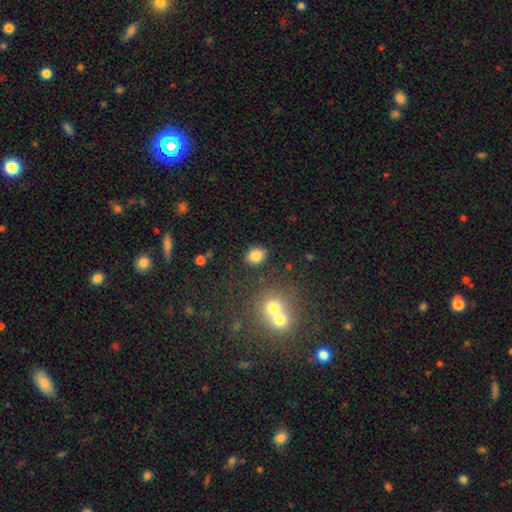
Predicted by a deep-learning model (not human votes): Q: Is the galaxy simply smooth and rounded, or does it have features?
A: smooth — 82%.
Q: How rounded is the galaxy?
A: round — 50%.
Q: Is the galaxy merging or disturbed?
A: none — 84%.